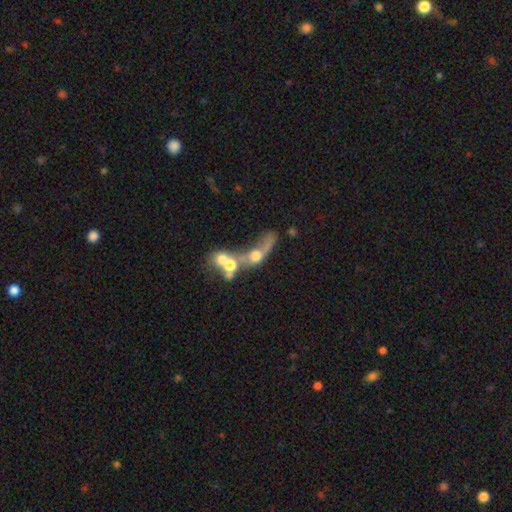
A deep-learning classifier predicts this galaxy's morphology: A smooth galaxy with no disk features (42%).

Vote fractions:
- Smooth or featured? smooth: 42% / featured or disk: 41% / star or artifact: 17%
- Merging? merger: 66% / major disturbance: 18% / none: 11% / minor disturbance: 5%